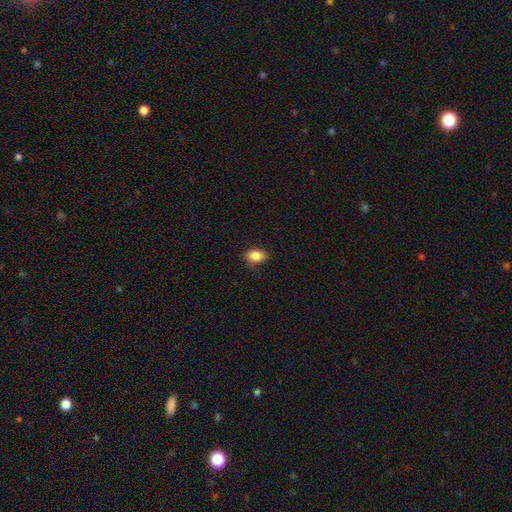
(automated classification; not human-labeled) smooth-or-featured: smooth: 86% | star or artifact: 8% | featured or disk: 6%
  how-rounded: in between: 82% | round: 16% | cigar-shaped: 2%
  merging: none: 82% | minor disturbance: 15% | major disturbance: 3% | merger: 1%